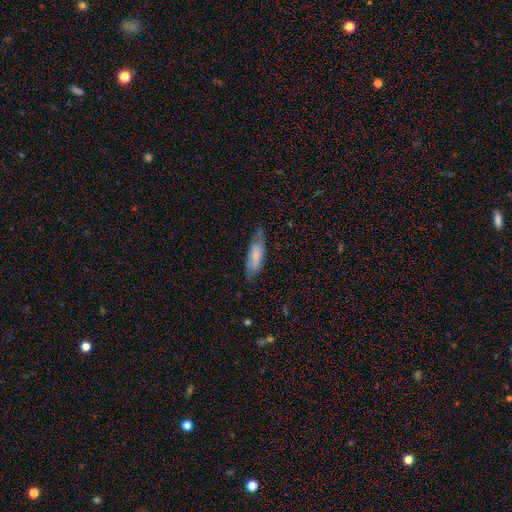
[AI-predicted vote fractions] This is possibly a smooth galaxy (50%). Merging: likely none (69%).